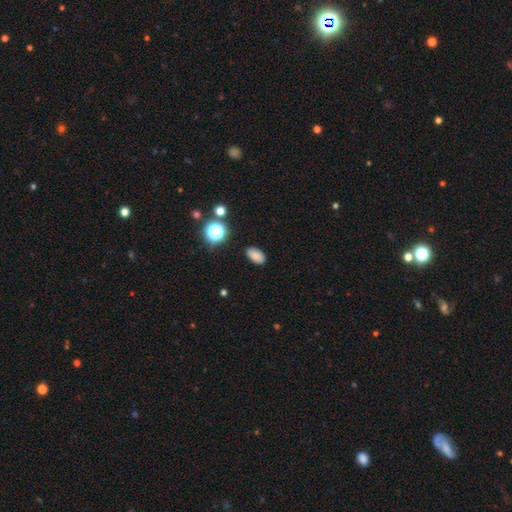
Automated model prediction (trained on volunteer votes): This appears to be a smooth galaxy with no disk features (81%) that is in between round and cigar-shaped (90%). Merging: none (87%).